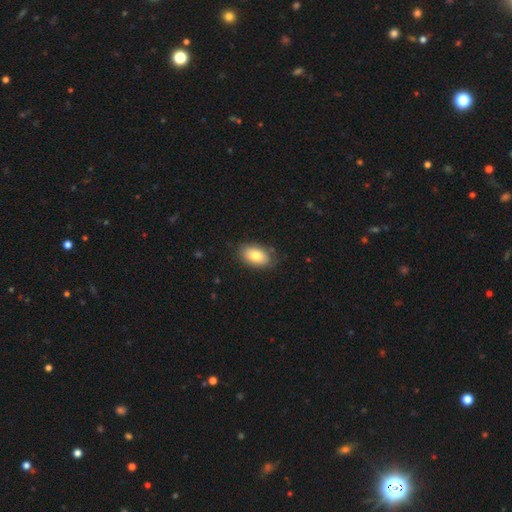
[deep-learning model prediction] This appears to be a smooth galaxy with no disk features (79%) that is in between round and cigar-shaped (91%). Merging: none (80%).